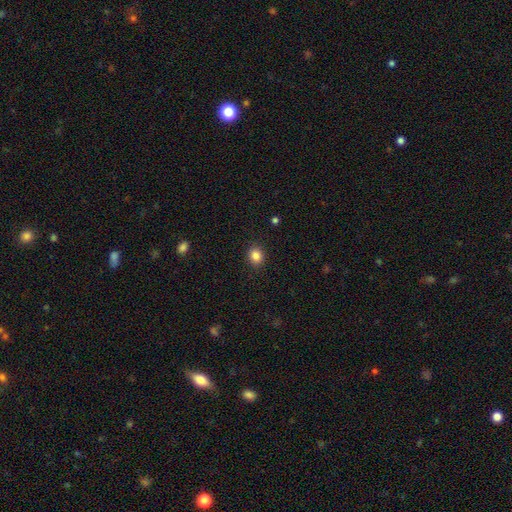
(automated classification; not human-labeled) smooth-or-featured: smooth: 86% | star or artifact: 10% | featured or disk: 4%
  how-rounded: round: 68% | in between: 32% | cigar-shaped: 1%
  merging: none: 90% | minor disturbance: 7% | major disturbance: 2% | merger: 1%